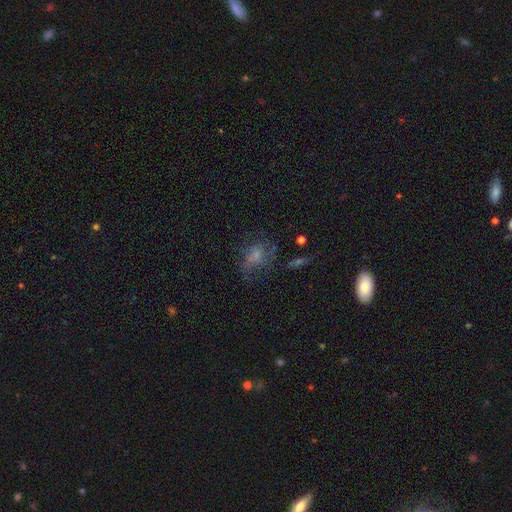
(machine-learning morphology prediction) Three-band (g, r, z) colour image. It shows a smooth galaxy with no disk features (46%). Merging: none (42%).